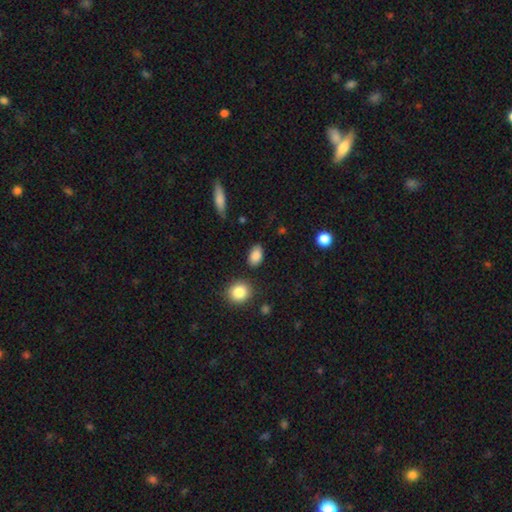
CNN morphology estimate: Smooth or featured: smooth — 87% (star or artifact — 8%)
How rounded: in between — 86% (round — 12%)
Merging: none — 81% (minor disturbance — 13%)